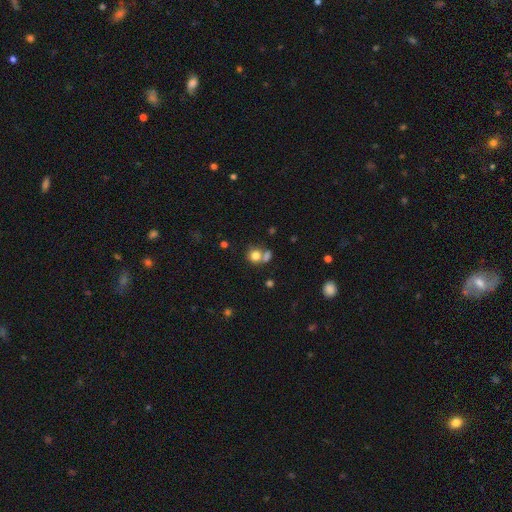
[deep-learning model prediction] Smooth or featured? smooth (79%)
How rounded? round (82%)
Merging? none (49%)